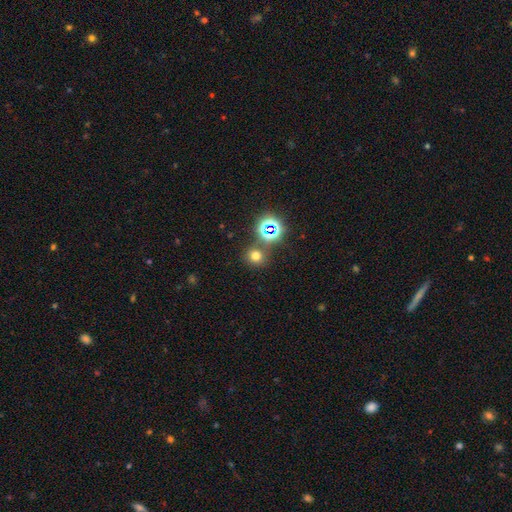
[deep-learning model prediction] This is likely a smooth galaxy (66%). How rounded: clearly round (87%). Merging: likely none (78%).